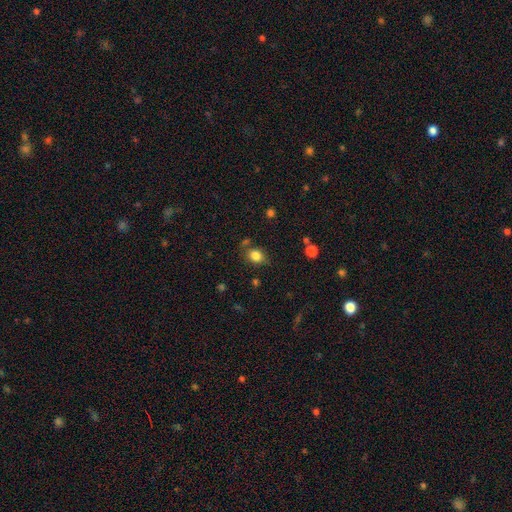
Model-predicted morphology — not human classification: A smooth galaxy with no disk features (82%) that is round (55%). Merging: none (73%).